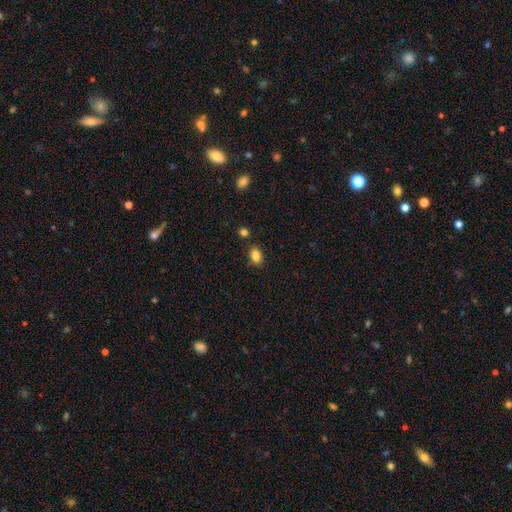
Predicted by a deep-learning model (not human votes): smooth 85%, star or artifact 10%, featured or disk 5%. Down the decision tree: how rounded — in between (83%); merging — none (80%).